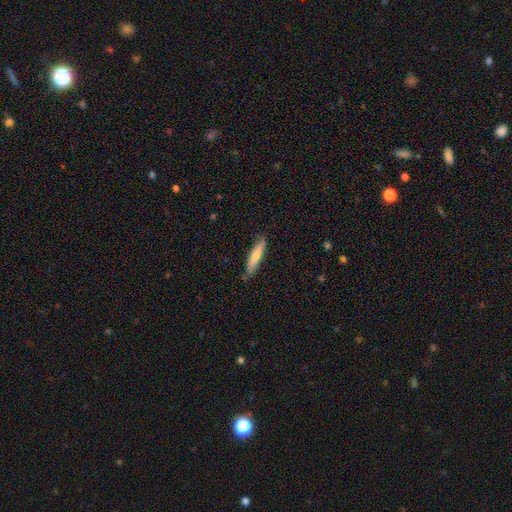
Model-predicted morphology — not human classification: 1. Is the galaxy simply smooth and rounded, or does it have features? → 67% smooth, 27% featured or disk, 6% star or artifact.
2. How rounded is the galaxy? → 85% cigar-shaped, 14% in between, 1% round.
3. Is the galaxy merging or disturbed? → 84% none, 12% minor disturbance, 2% major disturbance, 2% merger.